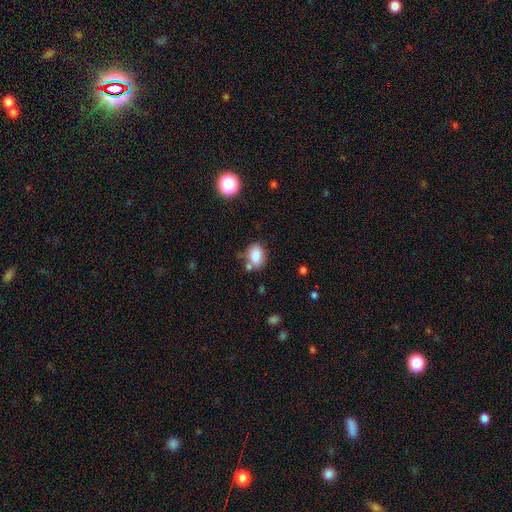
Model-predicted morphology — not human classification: This appears to be a smooth galaxy with no disk features (84%) that is in between round and cigar-shaped (79%). Merging: none (63%).